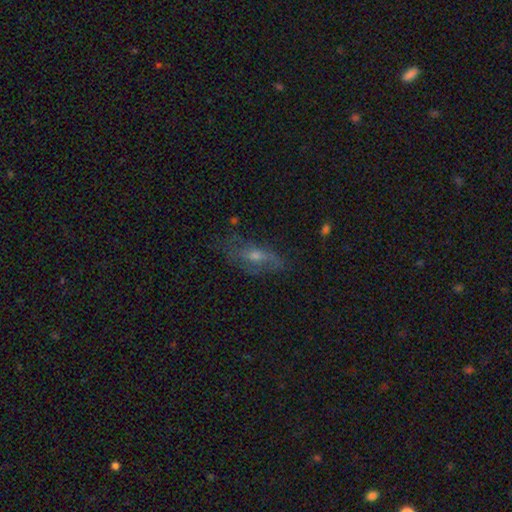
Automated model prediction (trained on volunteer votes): A featured or disk galaxy (57%). Merging: none (60%).